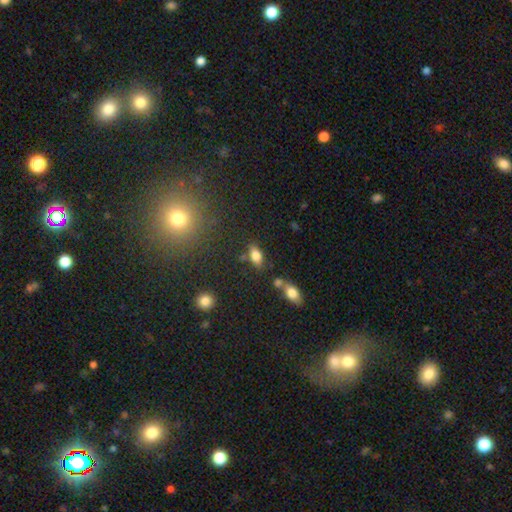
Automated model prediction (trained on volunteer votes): Q: Smooth or featured?
A: smooth (79%); runner-up: featured or disk (11%)
Q: How rounded?
A: in between (87%); runner-up: cigar-shaped (7%)
Q: Merging?
A: none (69%); runner-up: minor disturbance (15%)